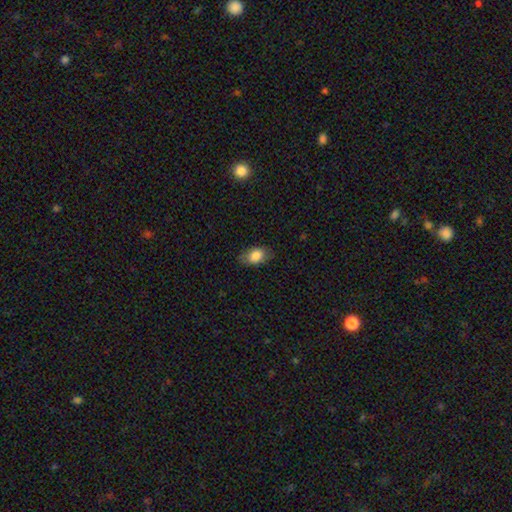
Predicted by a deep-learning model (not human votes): Q: Smooth or featured?
A: smooth (81%); runner-up: featured or disk (12%)
Q: How rounded?
A: in between (90%); runner-up: round (9%)
Q: Merging?
A: none (79%); runner-up: minor disturbance (16%)